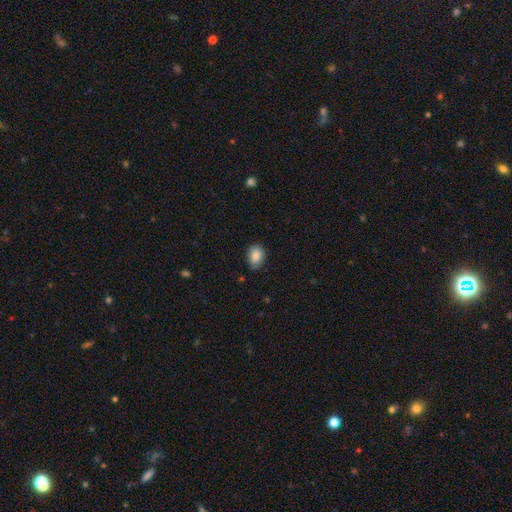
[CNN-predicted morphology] This appears to be a smooth galaxy with no disk features (86%) that is in between round and cigar-shaped (74%). Merging: none (75%).